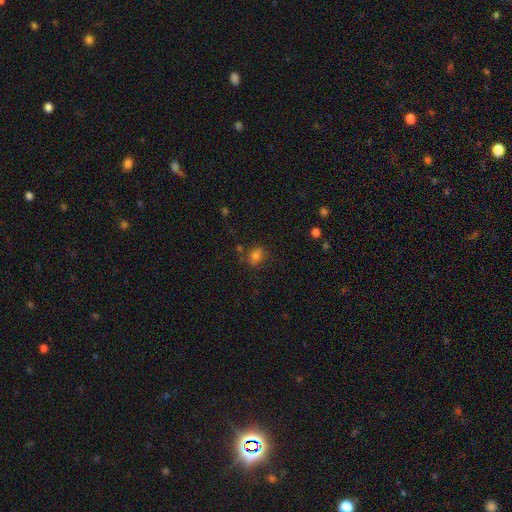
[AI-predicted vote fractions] Smooth or featured? smooth (74%)
How rounded? in between (52%)
Merging? none (70%)